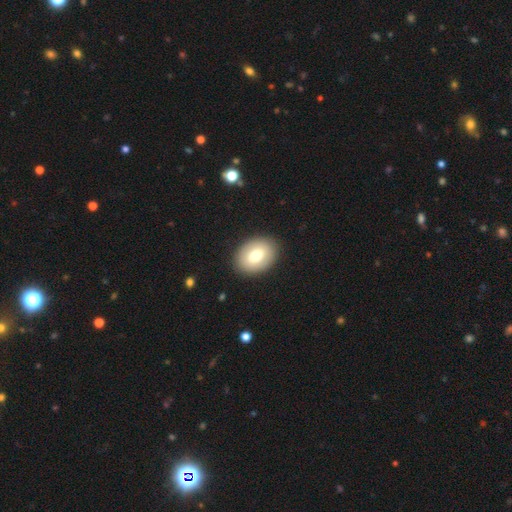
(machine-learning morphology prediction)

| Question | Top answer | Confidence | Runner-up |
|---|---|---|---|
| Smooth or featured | smooth | 73% | featured or disk (20%) |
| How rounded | in between | 73% | round (26%) |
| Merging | none | 89% | minor disturbance (8%) |